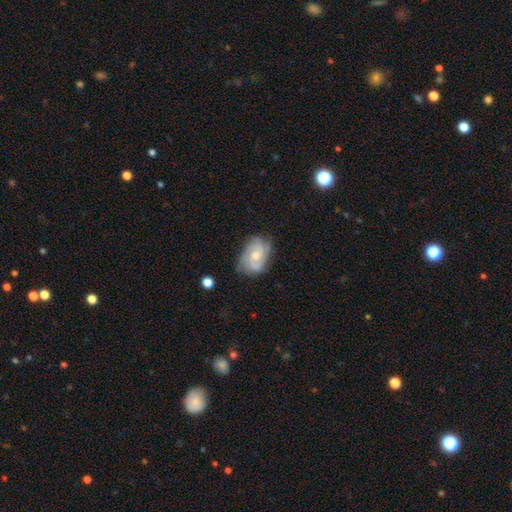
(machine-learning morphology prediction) Q: Smooth or featured?
A: featured or disk (70%); runner-up: smooth (23%)
Q: Edge-on disk?
A: no (97%); runner-up: yes (3%)
Q: Bar?
A: no (72%); runner-up: weak (25%)
Q: Spiral arms?
A: yes (88%); runner-up: no (12%)
Q: Spiral winding?
A: tight (47%); runner-up: medium (40%)
Q: Spiral arm count?
A: can't tell (31%); runner-up: 2 (29%)
Q: Bulge size?
A: moderate (58%); runner-up: small (35%)
Q: Merging?
A: none (64%); runner-up: minor disturbance (25%)